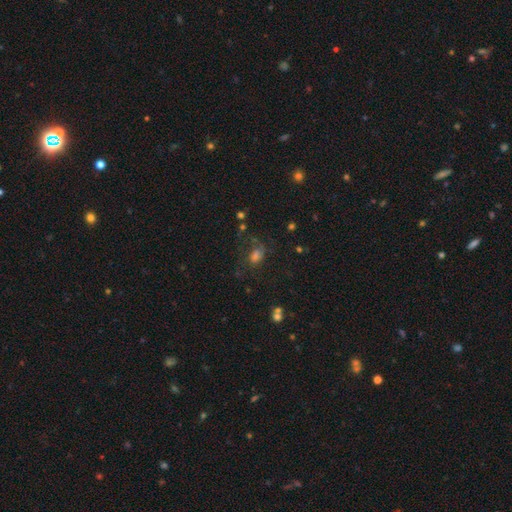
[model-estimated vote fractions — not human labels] Smooth or featured?
  - smooth: 44% *
  - star or artifact: 30%
  - featured or disk: 26%
Merging?
  - none: 54% *
  - major disturbance: 22%
  - minor disturbance: 19%
  - merger: 4%